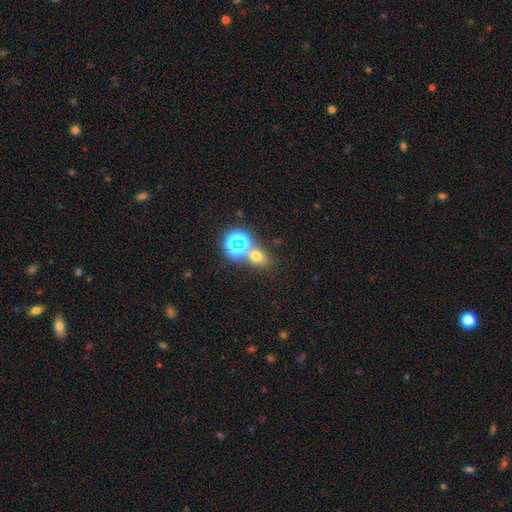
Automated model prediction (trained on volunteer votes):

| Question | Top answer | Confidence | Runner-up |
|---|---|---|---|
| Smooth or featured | smooth | 59% | star or artifact (32%) |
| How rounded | round | 51% | in between (47%) |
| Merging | none | 63% | merger (23%) |